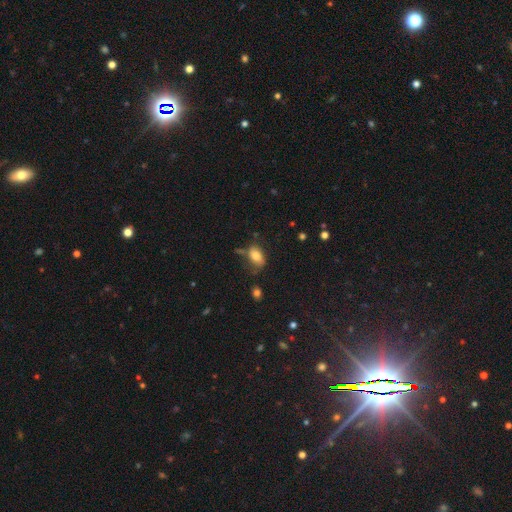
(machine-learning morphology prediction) A smooth galaxy with no disk features (76%) that is in between round and cigar-shaped (86%).

Vote fractions:
- Smooth or featured? smooth: 76% / featured or disk: 14% / star or artifact: 9%
- How rounded? in between: 86% / round: 12% / cigar-shaped: 2%
- Merging? none: 47% / minor disturbance: 30% / major disturbance: 15% / merger: 8%